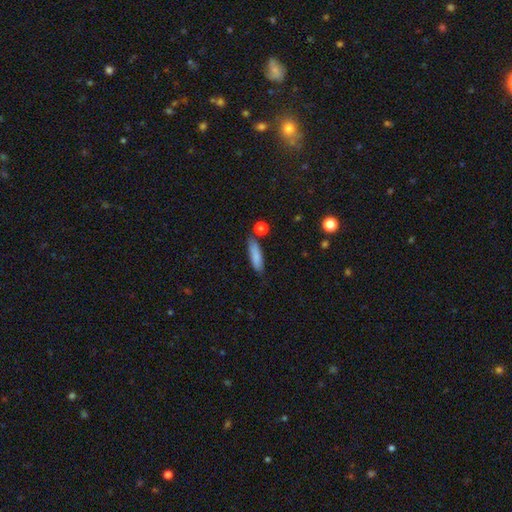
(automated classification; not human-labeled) A smooth galaxy with no disk features (84%) that is cigar-shaped (63%).

Vote fractions:
- Smooth or featured? smooth: 84% / featured or disk: 9% / star or artifact: 7%
- How rounded? cigar-shaped: 63% / in between: 35% / round: 2%
- Merging? none: 75% / minor disturbance: 16% / merger: 6% / major disturbance: 4%